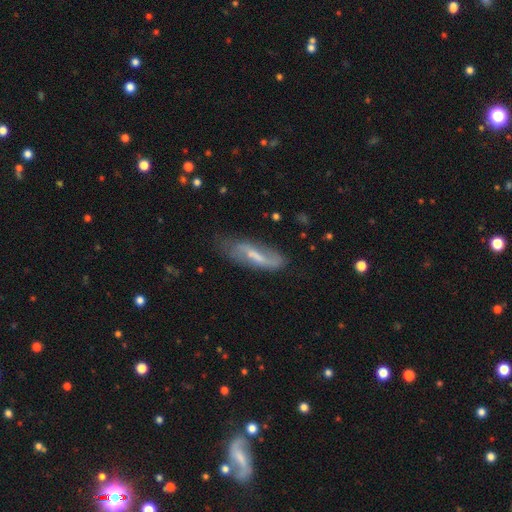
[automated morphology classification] This is possibly a featured or disk galaxy (58%). It is likely not viewed edge-on (76%). Merging: likely none (63%).